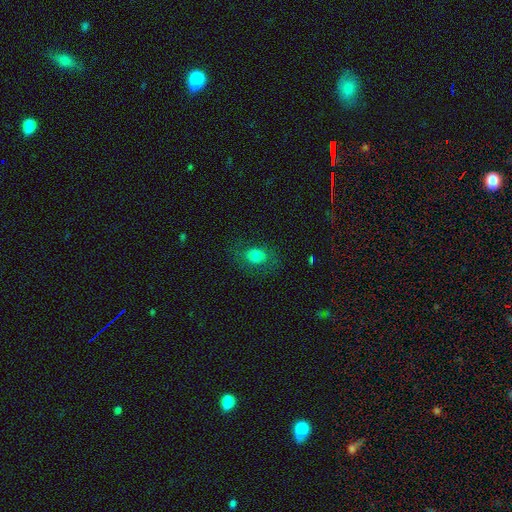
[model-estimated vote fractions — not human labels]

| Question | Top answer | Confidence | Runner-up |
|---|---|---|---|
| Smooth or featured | smooth | 75% | featured or disk (13%) |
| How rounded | in between | 52% | round (47%) |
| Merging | none | 75% | minor disturbance (15%) |